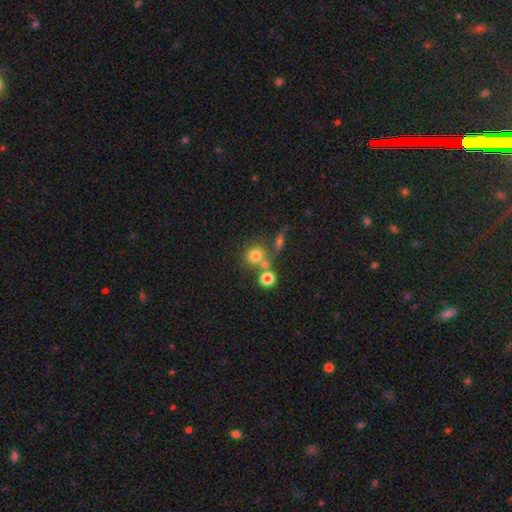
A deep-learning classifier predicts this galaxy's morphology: A smooth galaxy with no disk features (73%) that is round (84%).

Vote fractions:
- Smooth or featured? smooth: 73% / star or artifact: 14% / featured or disk: 12%
- How rounded? round: 84% / in between: 15% / cigar-shaped: 1%
- Merging? none: 52% / merger: 31% / minor disturbance: 10% / major disturbance: 7%